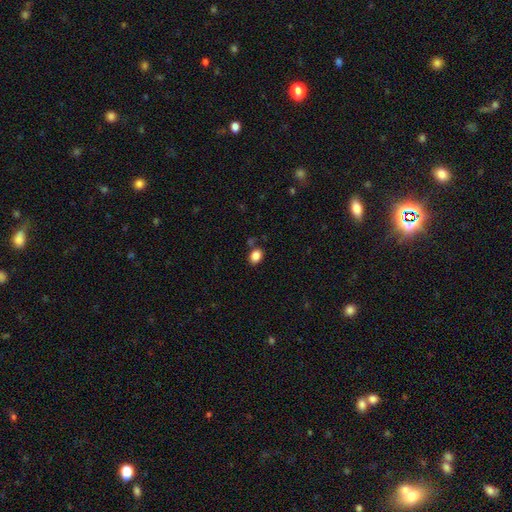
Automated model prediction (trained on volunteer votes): smooth-or-featured: smooth: 85% | star or artifact: 10% | featured or disk: 5%
  how-rounded: in between: 67% | round: 32% | cigar-shaped: 1%
  merging: none: 78% | minor disturbance: 12% | merger: 6% | major disturbance: 4%